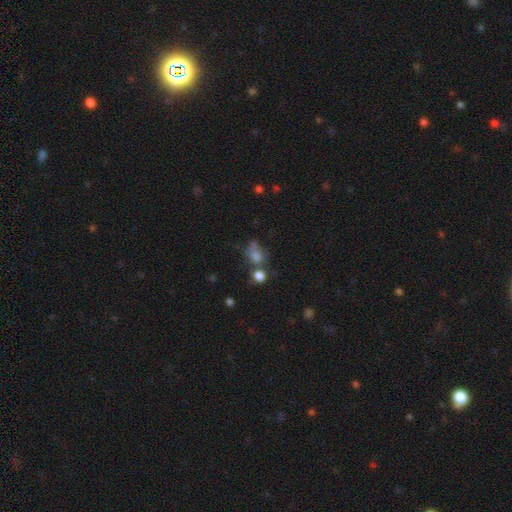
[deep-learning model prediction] A smooth galaxy with no disk features (63%) that is round (63%). Merging: none (41%).